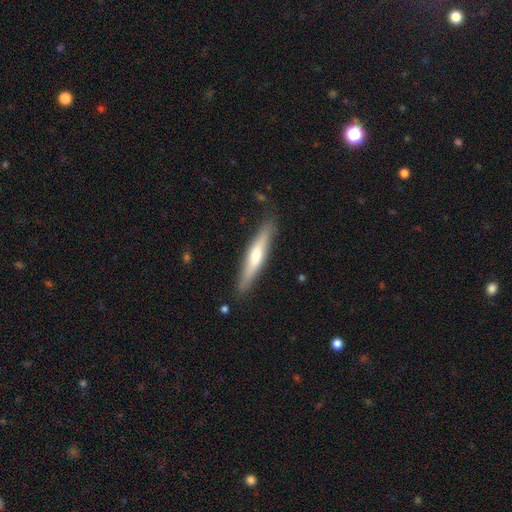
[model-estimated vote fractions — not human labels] A featured or disk galaxy (50%) viewed edge-on (92%). Merging: none (87%).